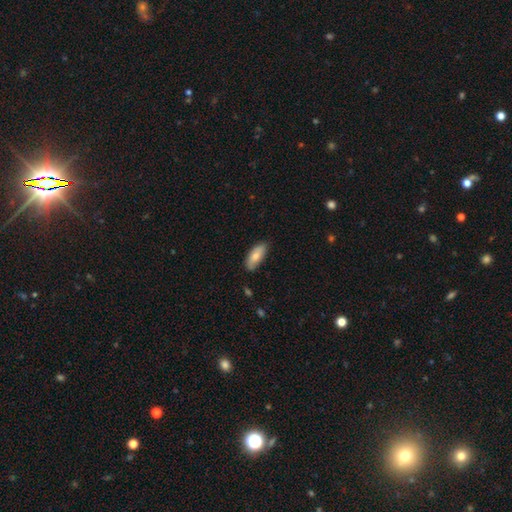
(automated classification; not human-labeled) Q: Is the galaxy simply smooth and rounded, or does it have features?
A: smooth — 78%.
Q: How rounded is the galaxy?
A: in between — 82%.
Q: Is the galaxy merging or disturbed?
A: none — 79%.